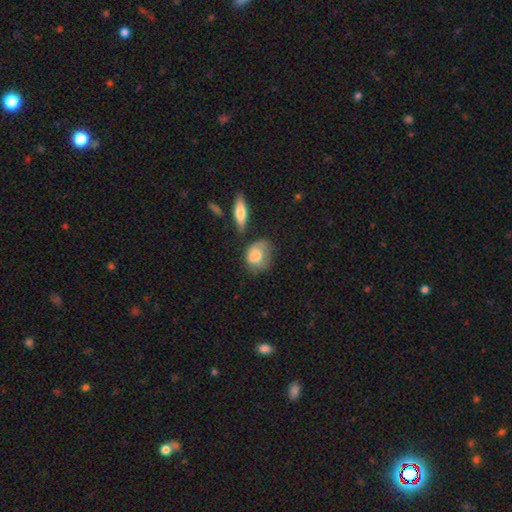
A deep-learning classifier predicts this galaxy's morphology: smooth_or_featured: smooth (p=0.72) [alt: featured or disk p=0.21]
how_rounded: in between (p=0.54) [alt: round p=0.44]
merging: none (p=0.40) [alt: minor disturbance p=0.33]